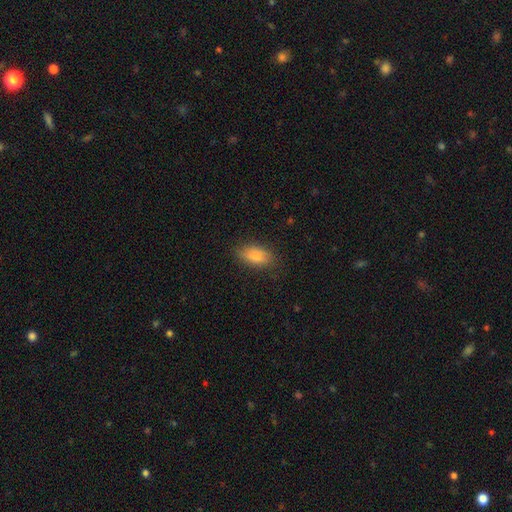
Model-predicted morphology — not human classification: Smooth or featured: smooth — 84% (featured or disk — 9%)
How rounded: in between — 89% (cigar-shaped — 7%)
Merging: none — 79% (minor disturbance — 16%)